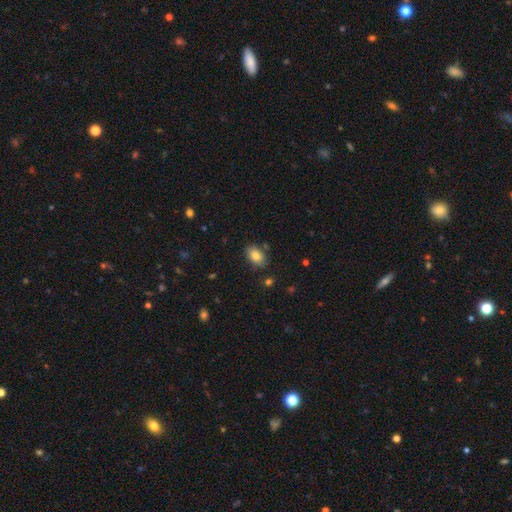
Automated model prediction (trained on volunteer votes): smooth_or_featured: smooth (p=0.84) [alt: star or artifact p=0.09]
how_rounded: in between (p=0.86) [alt: round p=0.13]
merging: none (p=0.80) [alt: minor disturbance p=0.13]